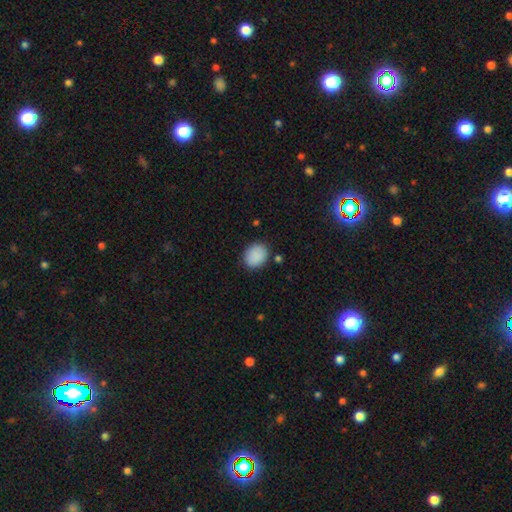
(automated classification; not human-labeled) Smooth or featured? Predicted: smooth (p=0.89). How rounded? Predicted: round (p=0.51). Merging? Predicted: none (p=0.84).